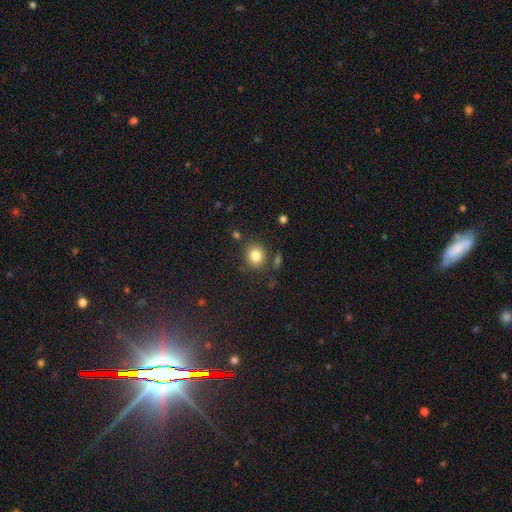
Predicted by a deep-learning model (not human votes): Q: Smooth or featured?
A: smooth (82%); runner-up: star or artifact (11%)
Q: How rounded?
A: round (84%); runner-up: in between (15%)
Q: Merging?
A: none (81%); runner-up: minor disturbance (10%)